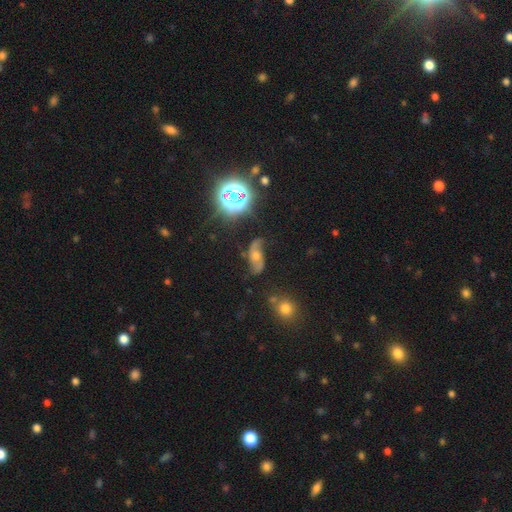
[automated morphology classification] type=featured or disk (63%); edge-on=no (92%); bar=no (64%); spiral arms=yes (91%); winding=loose (66%); arm count=2 (85%); bulge=moderate (57%); merging=none (66%).